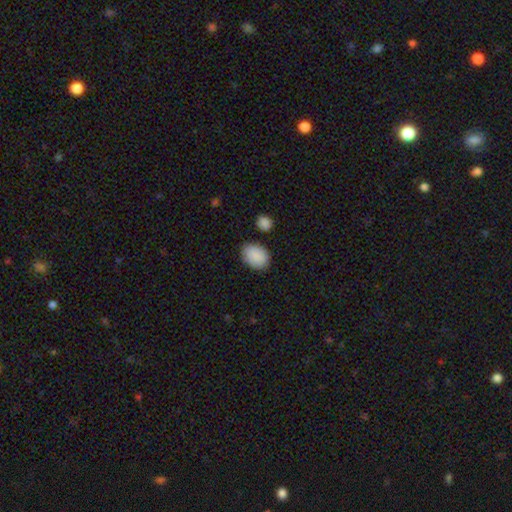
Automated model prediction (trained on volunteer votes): The model was most divided on "how rounded": in between: 75%, round: 24%, cigar-shaped: 1%. More confident: smooth or featured — smooth (89%); merging — none (82%).